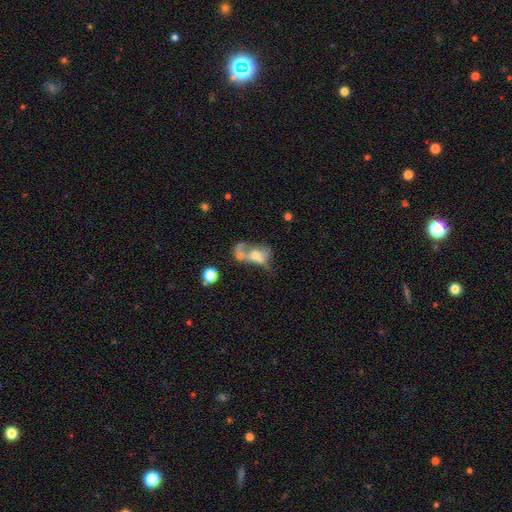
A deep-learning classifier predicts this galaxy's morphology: A featured or disk galaxy (47%). Merging: merger (49%).